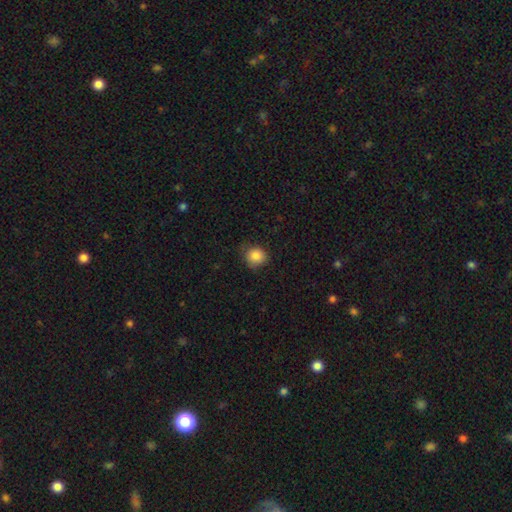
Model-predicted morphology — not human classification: smooth 86%, star or artifact 10%, featured or disk 5%. Down the decision tree: how rounded — round (86%); merging — none (75%).